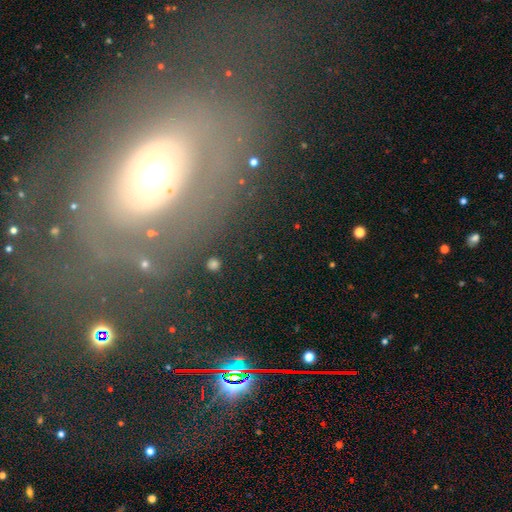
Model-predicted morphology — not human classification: A featured or disk galaxy (51%). Merging: none (72%).